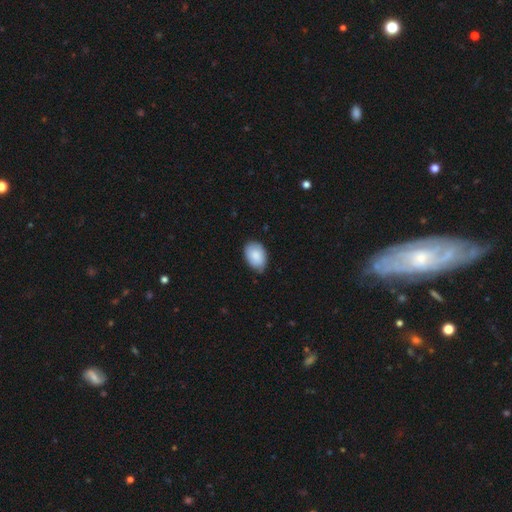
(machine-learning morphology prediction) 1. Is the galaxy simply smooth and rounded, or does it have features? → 86% smooth, 8% featured or disk, 6% star or artifact.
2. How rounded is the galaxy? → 86% in between, 13% round, 1% cigar-shaped.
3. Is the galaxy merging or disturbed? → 71% none, 25% minor disturbance, 3% major disturbance, 1% merger.